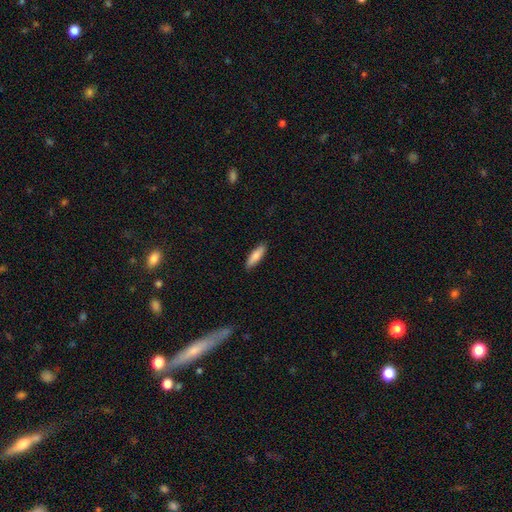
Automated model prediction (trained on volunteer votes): This appears to be a smooth galaxy with no disk features (82%) that is cigar-shaped (61%). Merging: none (89%).